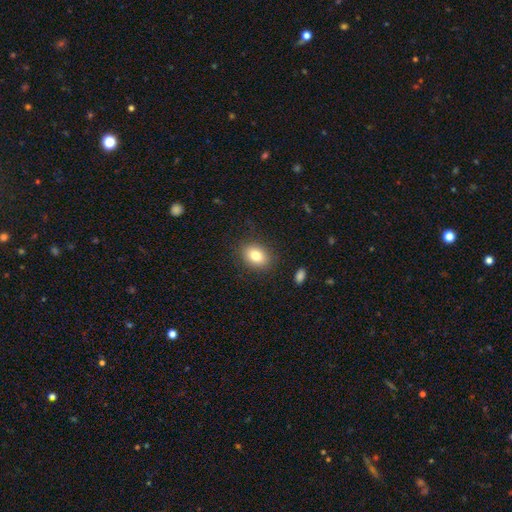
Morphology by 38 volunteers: A smooth galaxy with no disk features (71%) that is in between round and cigar-shaped (70%).

Vote fractions:
- Smooth or featured? smooth: 71% / featured or disk: 21% / star or artifact: 8%
- How rounded? in between: 70% / round: 30% / cigar-shaped: 0%
- Merging? none: 86% / minor disturbance: 11% / major disturbance: 3% / merger: 0%